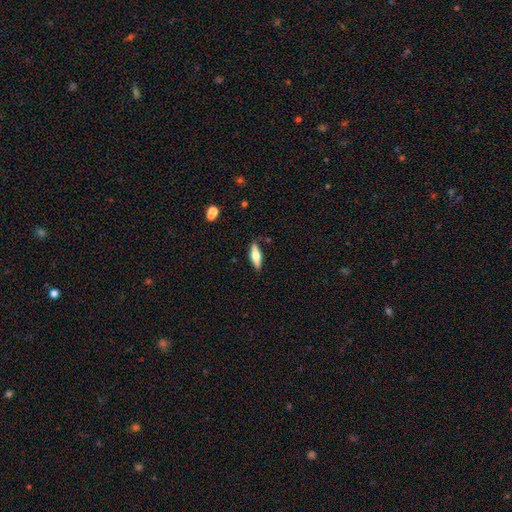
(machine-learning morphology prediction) Q: Smooth or featured?
A: smooth (52%); runner-up: featured or disk (42%)
Q: How rounded?
A: cigar-shaped (53%); runner-up: in between (45%)
Q: Merging?
A: none (85%); runner-up: minor disturbance (10%)